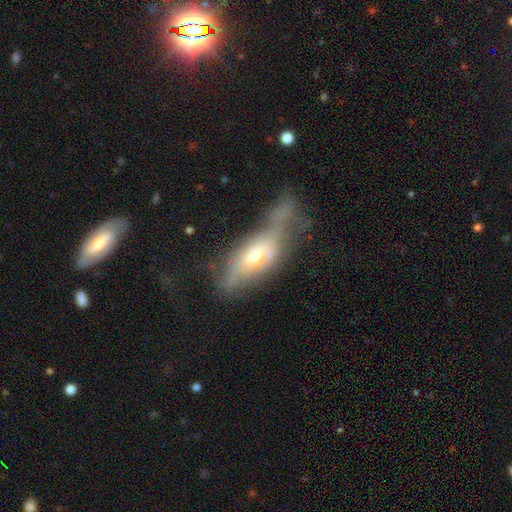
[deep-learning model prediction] Smooth or featured? Predicted: featured or disk (p=0.50). Merging? Predicted: major disturbance (p=0.40).